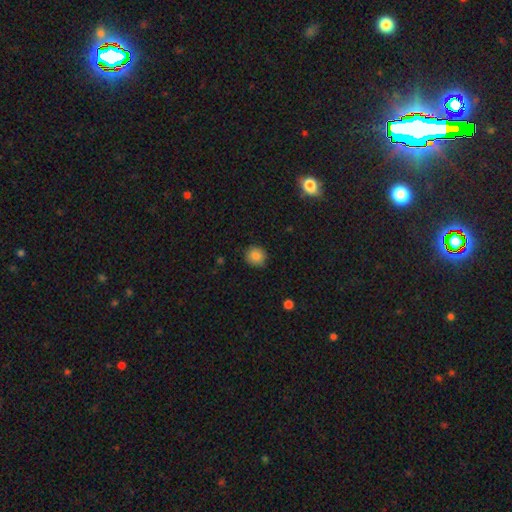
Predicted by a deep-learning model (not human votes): smooth-or-featured: smooth: 84% | star or artifact: 10% | featured or disk: 6%
  how-rounded: round: 89% | in between: 10% | cigar-shaped: 1%
  merging: none: 85% | minor disturbance: 12% | major disturbance: 2% | merger: 1%